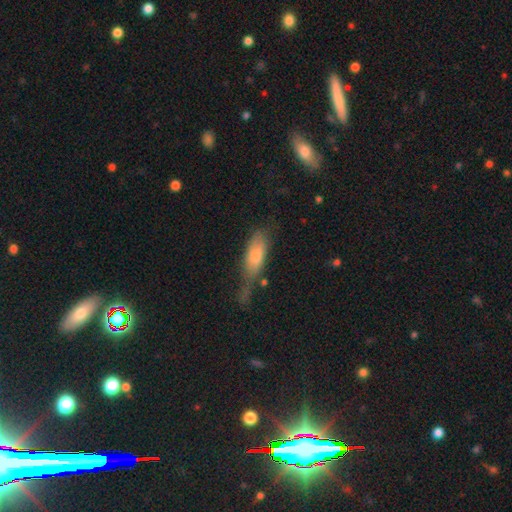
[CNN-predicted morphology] A smooth galaxy with no disk features (75%) that is in between round and cigar-shaped (61%). Merging: none (35%).